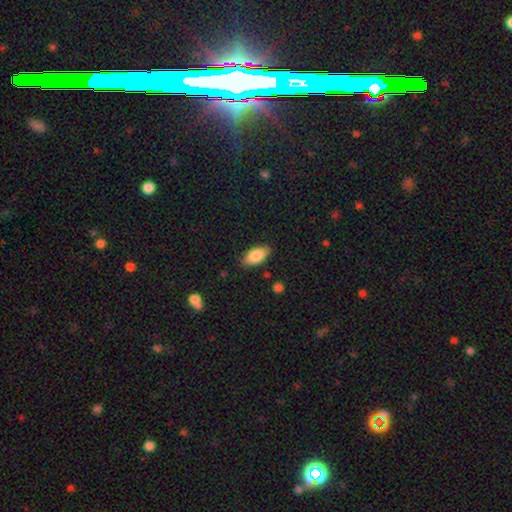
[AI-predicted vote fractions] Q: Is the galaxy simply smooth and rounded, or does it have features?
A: smooth — 83%.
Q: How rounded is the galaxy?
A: in between — 90%.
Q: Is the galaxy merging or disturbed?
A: none — 84%.